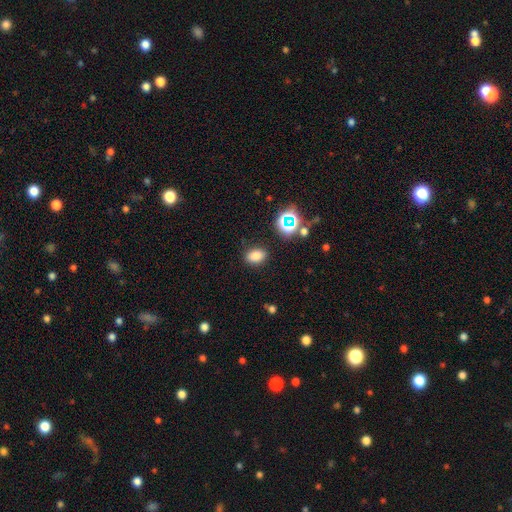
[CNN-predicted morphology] A smooth galaxy with no disk features (77%) that is in between round and cigar-shaped (77%).

Vote fractions:
- Smooth or featured? smooth: 77% / star or artifact: 16% / featured or disk: 7%
- How rounded? in between: 77% / round: 21% / cigar-shaped: 1%
- Merging? none: 85% / minor disturbance: 10% / major disturbance: 3% / merger: 2%